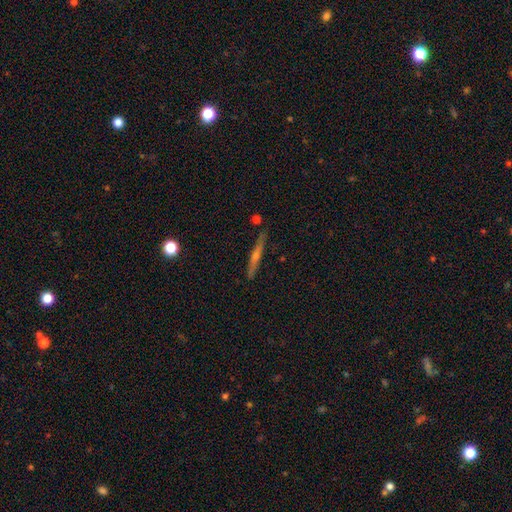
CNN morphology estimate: Smooth or featured: featured or disk — 65% (smooth — 27%)
Edge-on disk: yes — 97% (no — 3%)
Edge-on bulge: rounded — 72% (none — 23%)
Merging: none — 87% (minor disturbance — 9%)